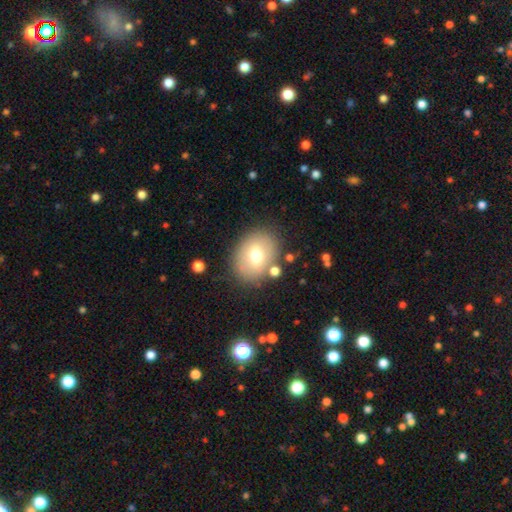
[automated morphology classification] smooth_or_featured: smooth (p=0.68) [alt: featured or disk p=0.23]
how_rounded: in between (p=0.58) [alt: round p=0.41]
merging: none (p=0.79) [alt: minor disturbance p=0.12]